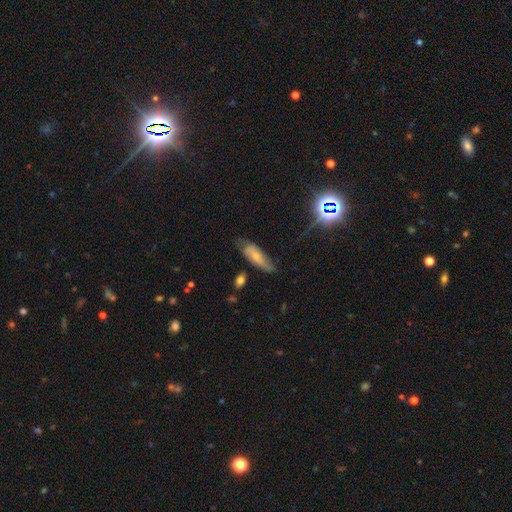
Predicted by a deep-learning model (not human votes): Morphology: type=smooth (58%); roundness=in between (60%); merging=none (54%).